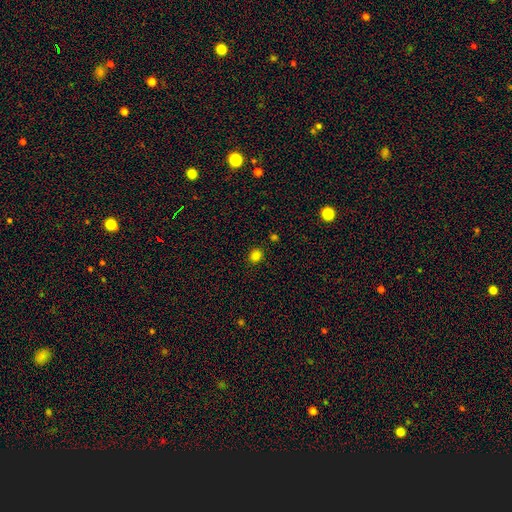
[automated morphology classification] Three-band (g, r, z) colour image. It shows a smooth galaxy with no disk features (81%) that is round (72%). Merging: none (88%).